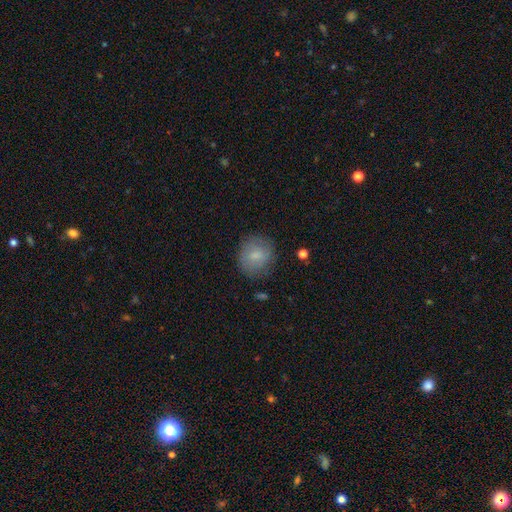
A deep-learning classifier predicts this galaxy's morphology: Overall: smooth (75%). How rounded: round (76%). Merging: none (76%).